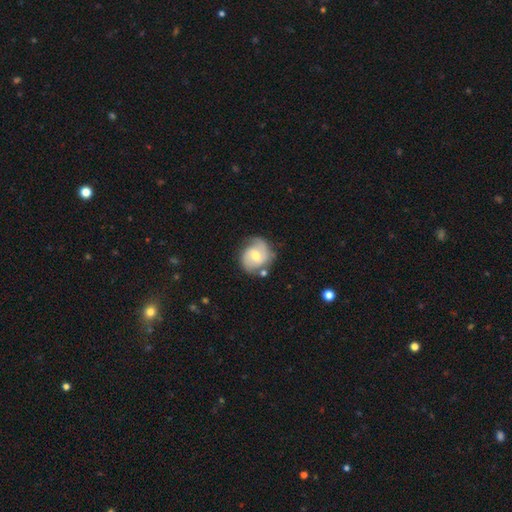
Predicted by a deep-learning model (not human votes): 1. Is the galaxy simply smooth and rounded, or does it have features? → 68% featured or disk, 25% smooth, 6% star or artifact.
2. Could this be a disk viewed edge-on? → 97% no, 3% yes.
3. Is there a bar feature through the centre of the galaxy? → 45% weak (tied), 45% no (tied), 10% strong.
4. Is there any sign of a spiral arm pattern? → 90% yes, 10% no.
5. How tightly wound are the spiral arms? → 45% medium, 33% tight, 23% loose.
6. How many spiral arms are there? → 71% 2, 13% can't tell, 8% 1, 6% 3, 1% 4, 1% more than 4.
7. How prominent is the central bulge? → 62% moderate, 33% small, 3% large, 1% none, 1% dominant.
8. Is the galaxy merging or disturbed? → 65% none, 21% minor disturbance, 7% major disturbance, 6% merger.